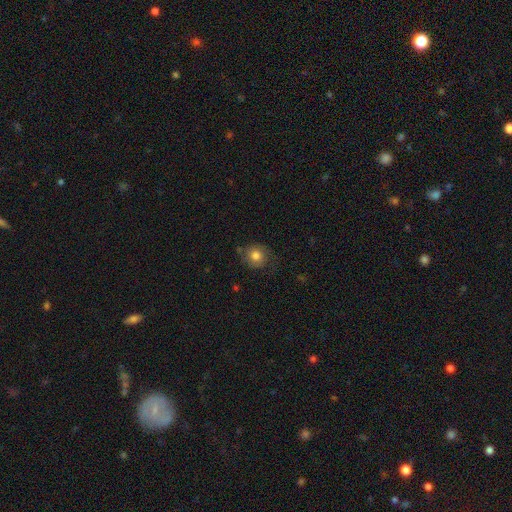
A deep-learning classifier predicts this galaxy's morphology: This appears to be a smooth galaxy with no disk features (74%) that is round (83%). Merging: none (68%).